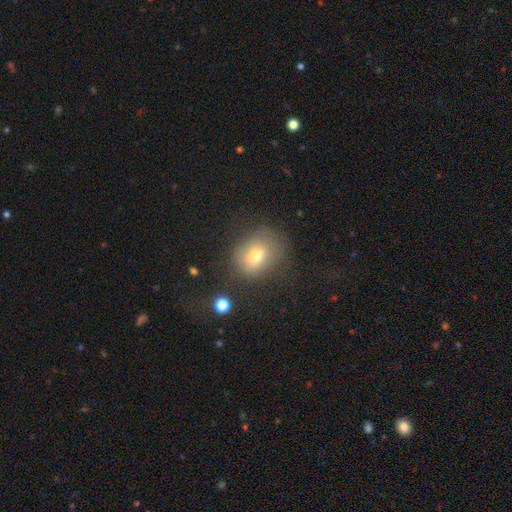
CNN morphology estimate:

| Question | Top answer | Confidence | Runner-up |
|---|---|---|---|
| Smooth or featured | smooth | 72% | featured or disk (16%) |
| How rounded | round | 52% | in between (47%) |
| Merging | none | 63% | minor disturbance (22%) |